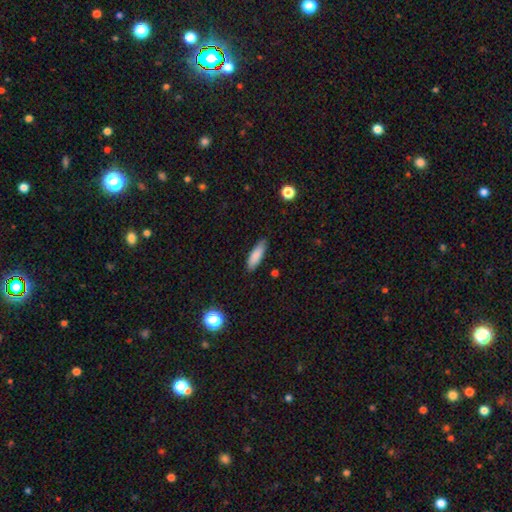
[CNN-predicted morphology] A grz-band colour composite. It shows a smooth galaxy with no disk features (84%) that is cigar-shaped (50%). Merging: none (86%).